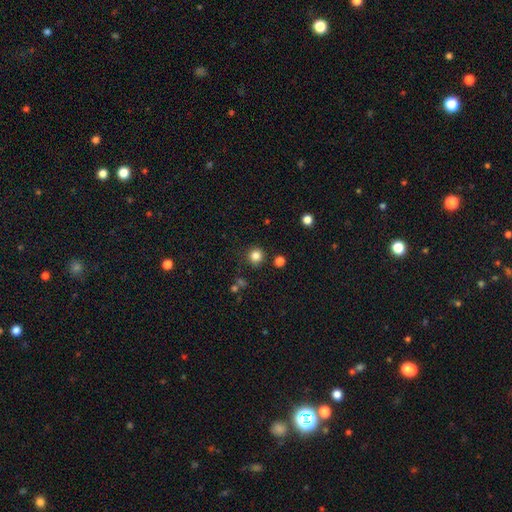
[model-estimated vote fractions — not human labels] smooth 83%, star or artifact 13%, featured or disk 4%. Down the decision tree: how rounded — round (94%); merging — none (86%).